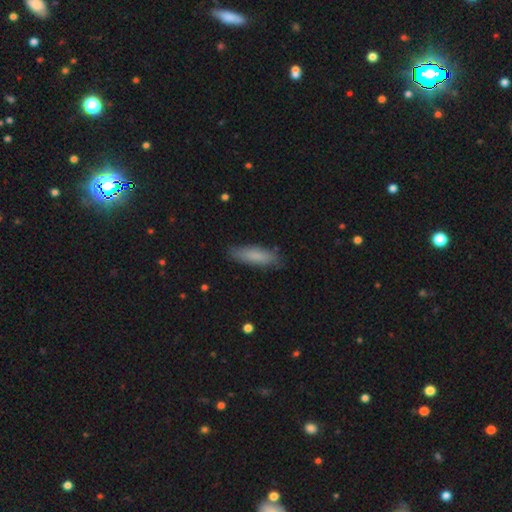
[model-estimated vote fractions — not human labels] A smooth galaxy with no disk features (81%) that is cigar-shaped (59%).

Vote fractions:
- Smooth or featured? smooth: 81% / featured or disk: 13% / star or artifact: 6%
- How rounded? cigar-shaped: 59% / in between: 39% / round: 2%
- Merging? none: 83% / minor disturbance: 13% / major disturbance: 2% / merger: 1%